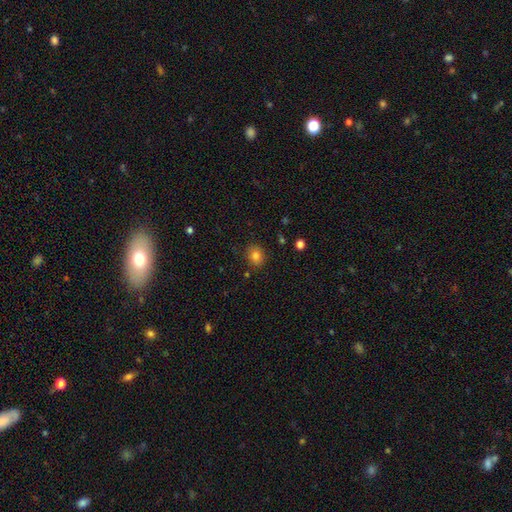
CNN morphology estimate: Smooth or featured? smooth (80%)
How rounded? round (68%)
Merging? none (86%)